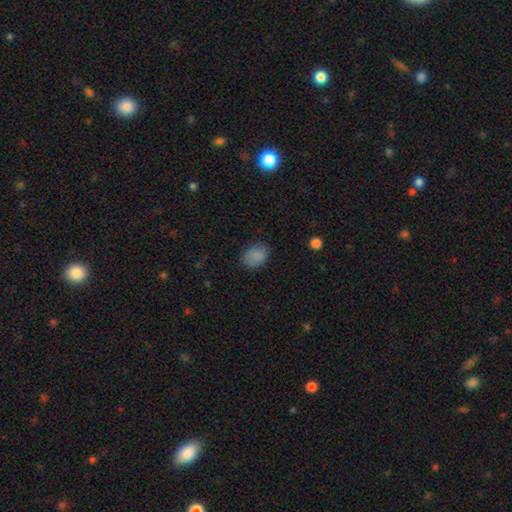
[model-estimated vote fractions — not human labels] Smooth or featured? smooth (86%)
How rounded? in between (76%)
Merging? none (81%)